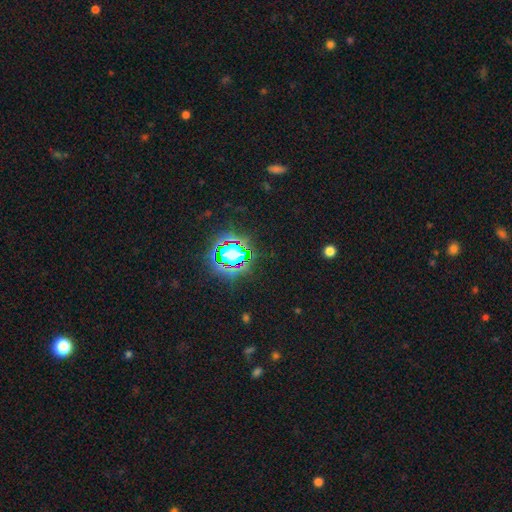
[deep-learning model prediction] star or artifact 78%, smooth 14%, featured or disk 8%.